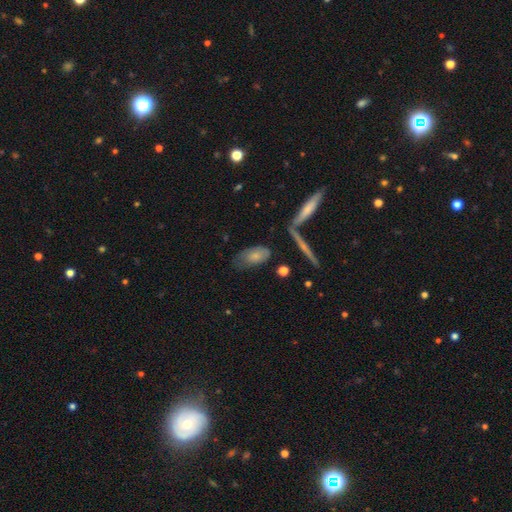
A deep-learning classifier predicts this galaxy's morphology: type=smooth (71%); roundness=in between (86%); merging=none (50%).